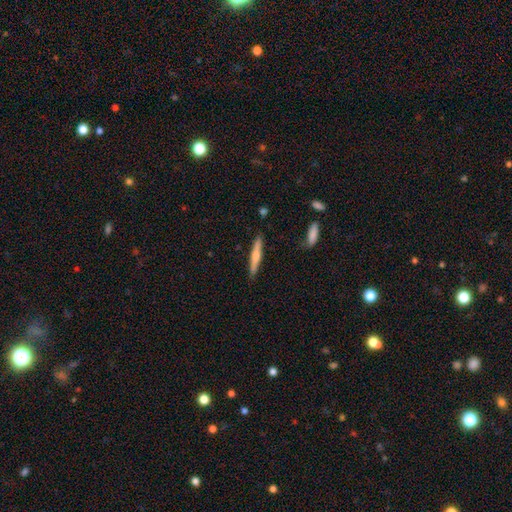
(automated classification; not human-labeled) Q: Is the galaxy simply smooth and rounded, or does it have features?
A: smooth — 60%.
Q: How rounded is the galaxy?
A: cigar-shaped — 93%.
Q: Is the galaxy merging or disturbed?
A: none — 87%.